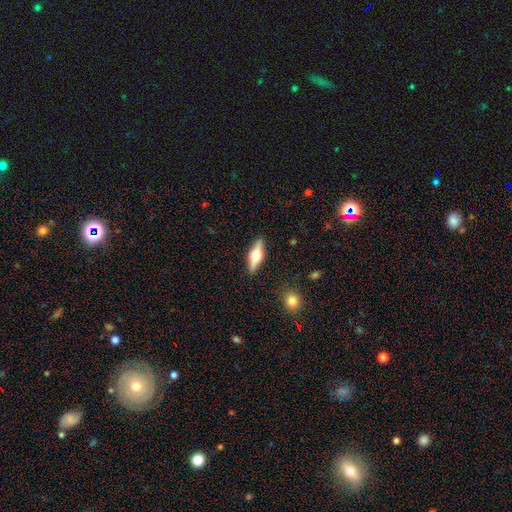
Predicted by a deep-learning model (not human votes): smooth-or-featured: featured or disk: 55% | smooth: 39% | star or artifact: 6%
  disk-edge-on: yes: 93% | no: 7%
    edge-on-bulge: rounded: 95% | boxy: 4% | none: 2%
  merging: none: 89% | minor disturbance: 8% | major disturbance: 2% | merger: 1%